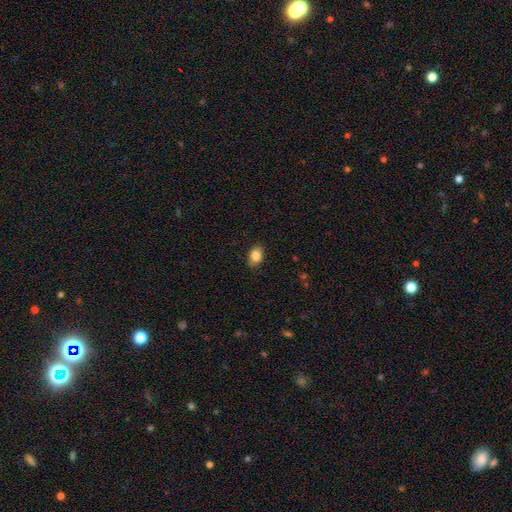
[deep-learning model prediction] Morphology: type=smooth (86%); roundness=in between (81%); merging=none (86%).